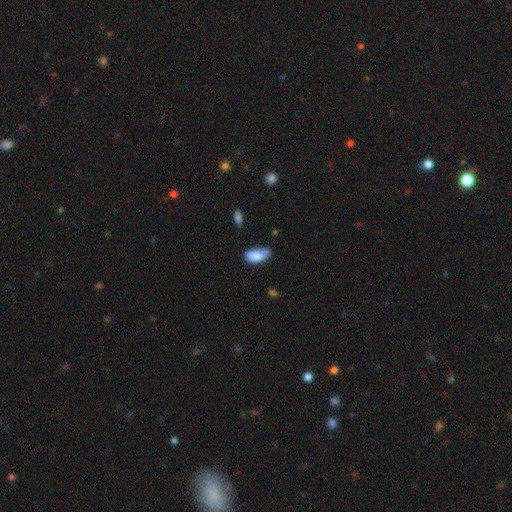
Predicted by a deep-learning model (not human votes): A smooth galaxy with no disk features (82%) that is in between round and cigar-shaped (93%). Merging: none (48%).